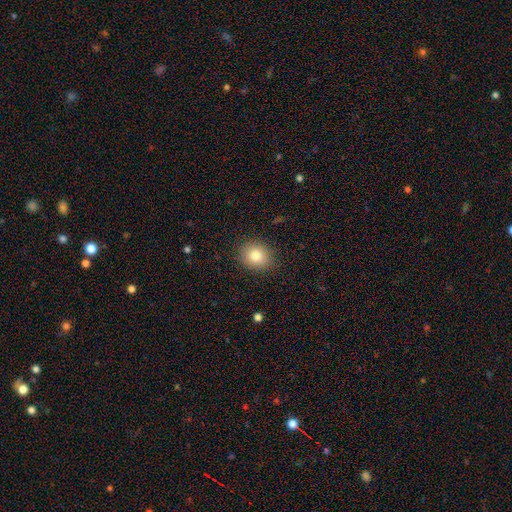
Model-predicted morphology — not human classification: Smooth or featured? Predicted: smooth (p=0.82). How rounded? Predicted: round (p=0.66). Merging? Predicted: none (p=0.88).